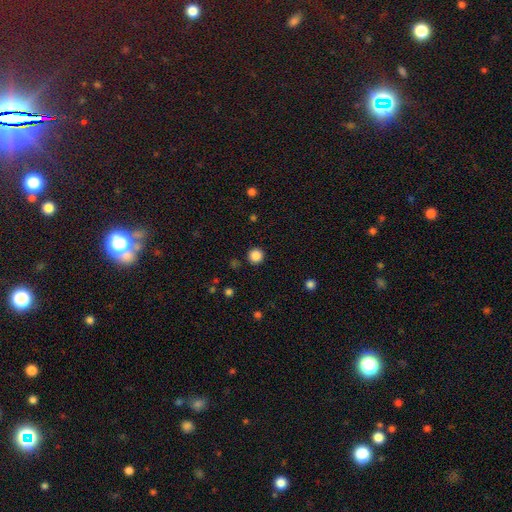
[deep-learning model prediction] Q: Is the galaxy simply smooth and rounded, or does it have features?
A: smooth — 87%.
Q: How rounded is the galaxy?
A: round — 95%.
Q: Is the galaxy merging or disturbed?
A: none — 92%.